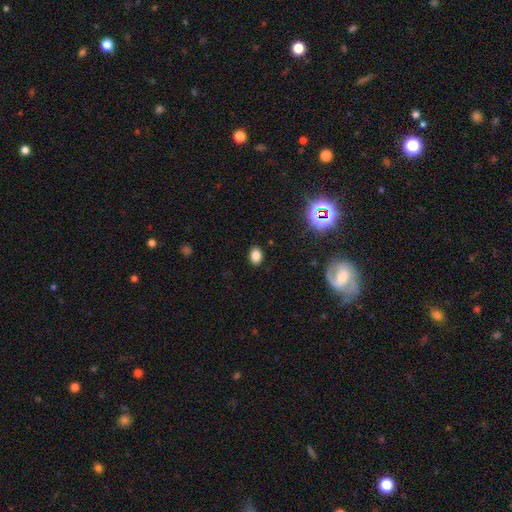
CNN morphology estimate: Smooth or featured: smooth — 82% (star or artifact — 13%)
How rounded: in between — 75% (round — 24%)
Merging: none — 88% (minor disturbance — 8%)